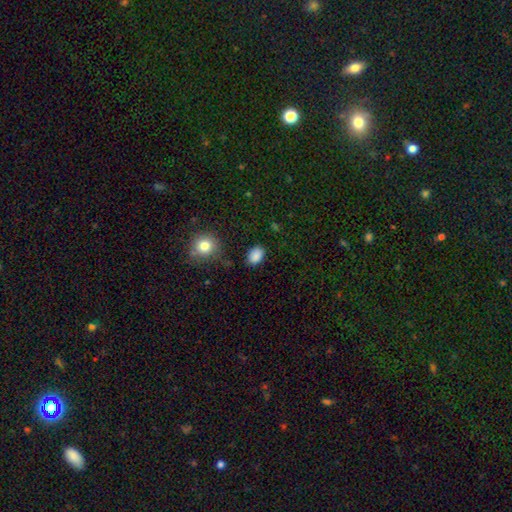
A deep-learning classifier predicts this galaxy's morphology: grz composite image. It shows a smooth galaxy with no disk features (87%) that is in between round and cigar-shaped (78%). Merging: none (82%).